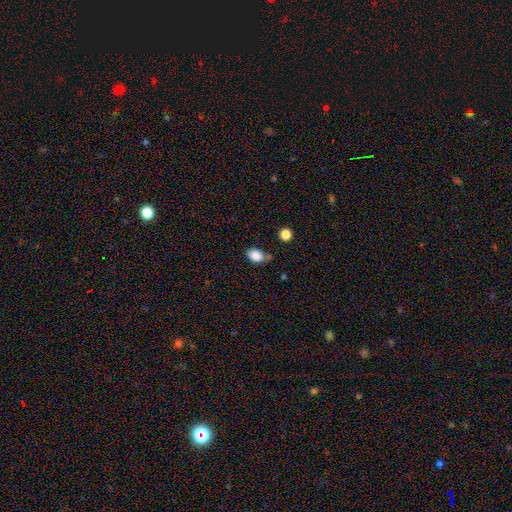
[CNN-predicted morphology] Smooth or featured? smooth (86%)
How rounded? in between (77%)
Merging? none (53%)